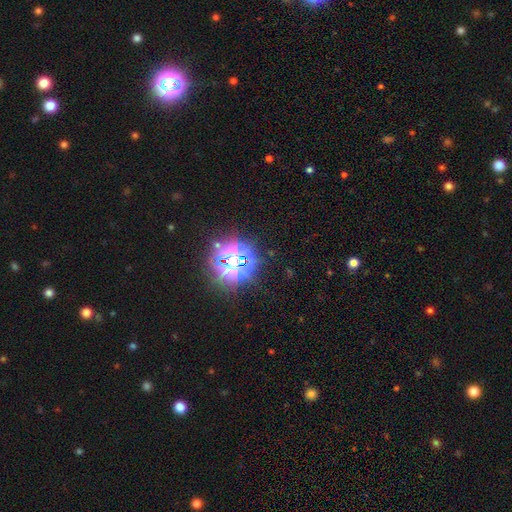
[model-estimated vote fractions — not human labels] The model was most divided on "smooth or featured": star or artifact: 79%, smooth: 16%, featured or disk: 5%.